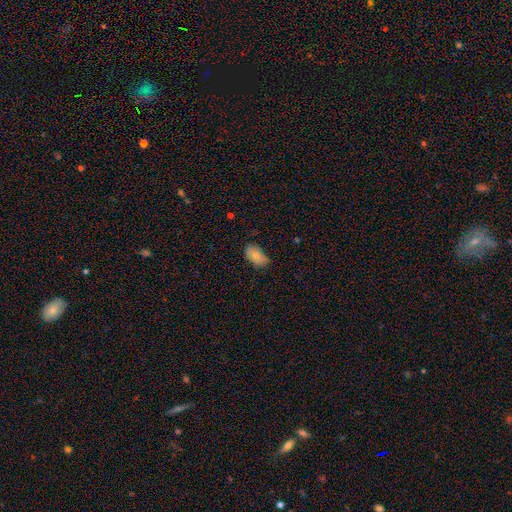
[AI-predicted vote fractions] Smooth or featured? smooth (81%)
How rounded? in between (92%)
Merging? none (67%)